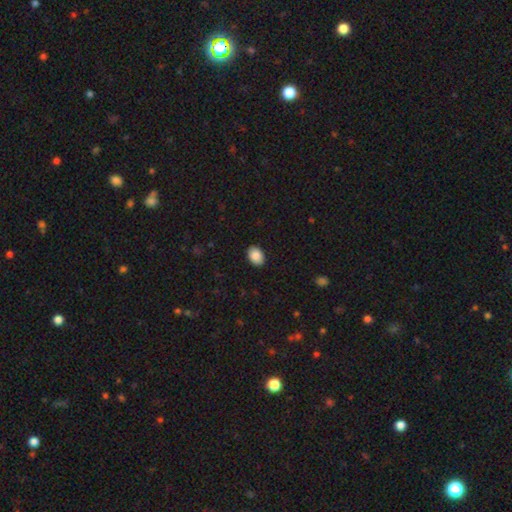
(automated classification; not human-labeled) A smooth galaxy with no disk features (88%) that is in between round and cigar-shaped (80%).

Vote fractions:
- Smooth or featured? smooth: 88% / star or artifact: 7% / featured or disk: 5%
- How rounded? in between: 80% / round: 19% / cigar-shaped: 1%
- Merging? none: 90% / minor disturbance: 7% / major disturbance: 2% / merger: 1%